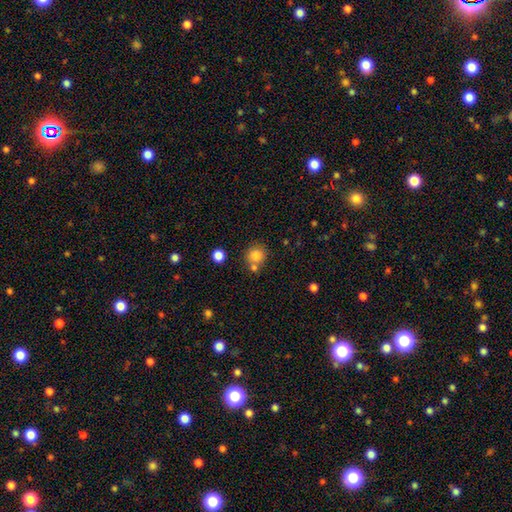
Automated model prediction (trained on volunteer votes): The model was most divided on "merging": none: 65%, merger: 21%, minor disturbance: 10%, major disturbance: 4%. More confident: how rounded — round (90%); smooth or featured — smooth (83%).